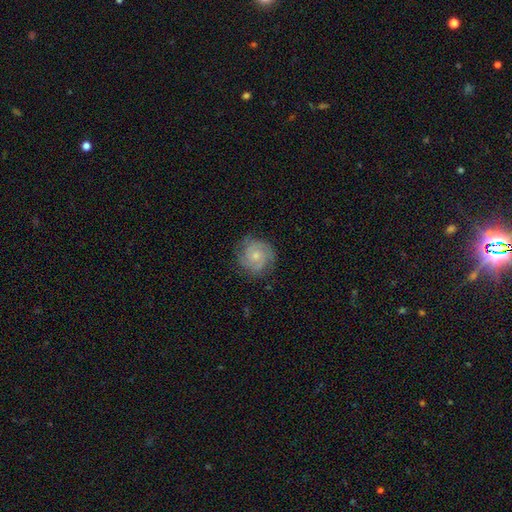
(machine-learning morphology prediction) Smooth or featured: featured or disk — 71% (smooth — 23%)
Edge-on disk: no — 98% (yes — 2%)
Bar: no — 74% (weak — 23%)
Spiral arms: yes — 93% (no — 7%)
Spiral winding: tight — 60% (medium — 32%)
Spiral arm count: 2 — 49% (3 — 20%)
Bulge size: small — 58% (moderate — 35%)
Merging: none — 79% (minor disturbance — 15%)